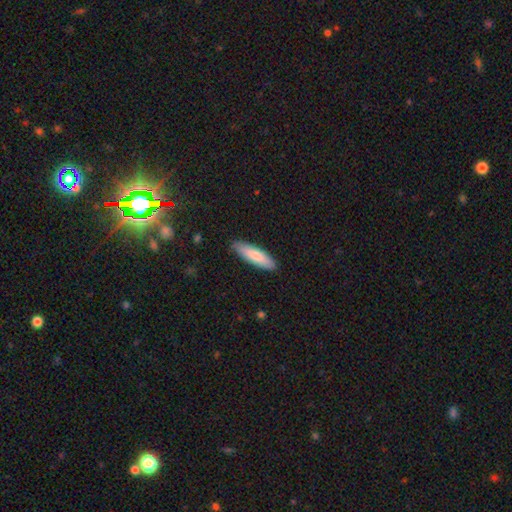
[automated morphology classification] This appears to be a smooth galaxy with no disk features (83%) that is cigar-shaped (63%). Merging: none (86%).